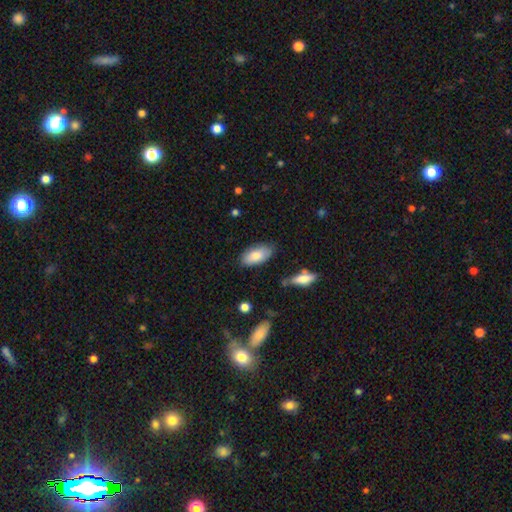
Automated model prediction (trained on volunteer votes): smooth-or-featured: smooth: 82% | featured or disk: 11% | star or artifact: 6%
  how-rounded: in between: 91% | cigar-shaped: 6% | round: 2%
  merging: none: 79% | minor disturbance: 15% | major disturbance: 3% | merger: 3%